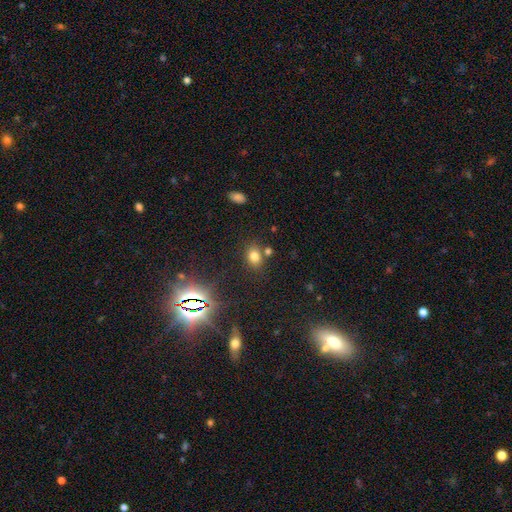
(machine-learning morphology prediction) This is likely a smooth galaxy (72%). How rounded: possibly in between (59%). Merging: likely none (74%).